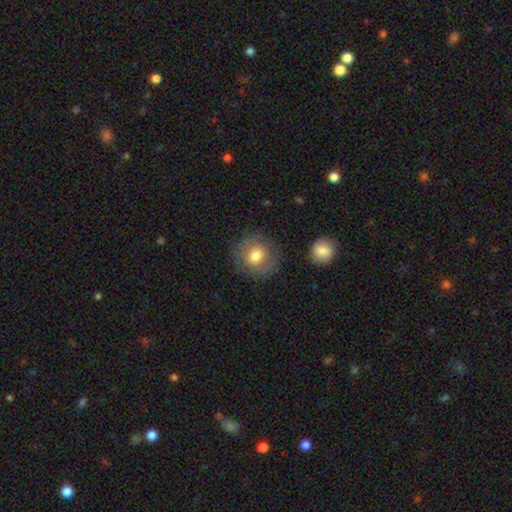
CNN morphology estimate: Smooth or featured: smooth — 66% (featured or disk — 25%)
How rounded: round — 87% (in between — 12%)
Merging: none — 80% (minor disturbance — 12%)